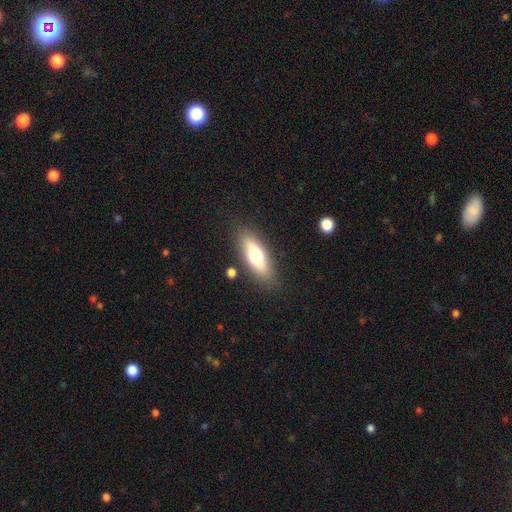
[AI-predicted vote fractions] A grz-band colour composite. It shows a smooth galaxy with no disk features (63%) that is in between round and cigar-shaped (58%). Merging: none (84%).